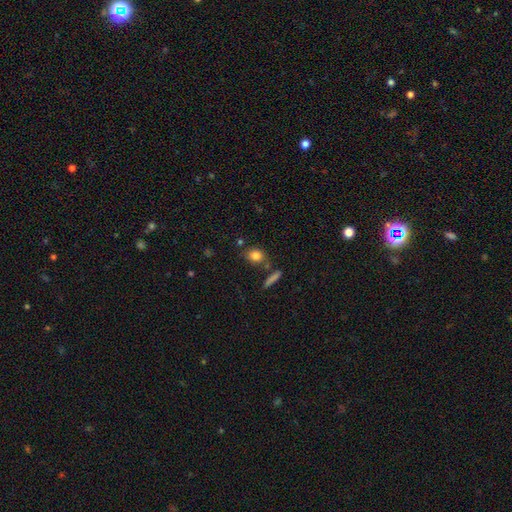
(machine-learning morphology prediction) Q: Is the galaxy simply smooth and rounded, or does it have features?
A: smooth — 82%.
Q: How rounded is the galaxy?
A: round — 52%.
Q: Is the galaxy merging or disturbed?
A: none — 72%.